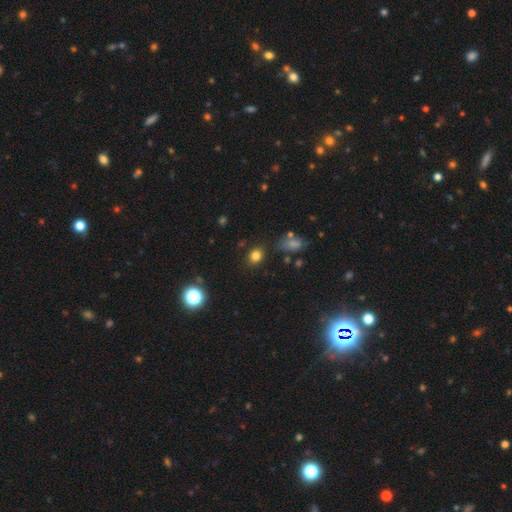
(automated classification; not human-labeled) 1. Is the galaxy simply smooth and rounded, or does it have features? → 80% smooth, 14% star or artifact, 6% featured or disk.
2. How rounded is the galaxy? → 52% round, 47% in between, 1% cigar-shaped.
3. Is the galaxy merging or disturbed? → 83% none, 11% minor disturbance, 3% major disturbance, 3% merger.